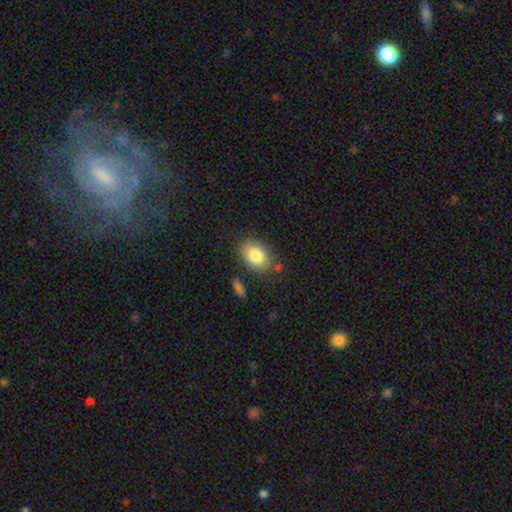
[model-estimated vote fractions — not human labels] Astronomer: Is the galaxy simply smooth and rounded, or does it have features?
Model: smooth — 83%.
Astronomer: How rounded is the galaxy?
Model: in between — 76%.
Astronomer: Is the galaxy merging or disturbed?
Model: none — 79%.